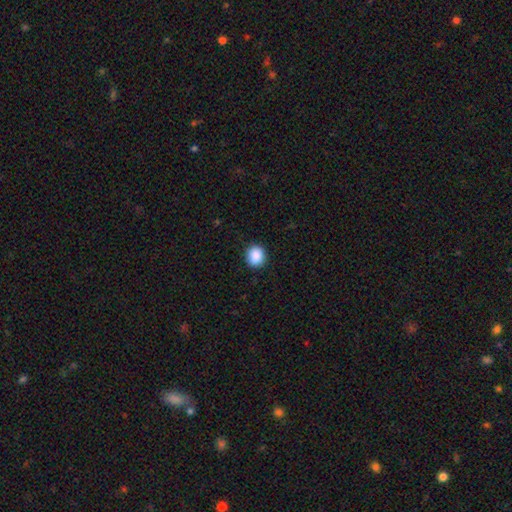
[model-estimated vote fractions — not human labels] smooth-or-featured: smooth: 89% | star or artifact: 8% | featured or disk: 3%
  how-rounded: round: 77% | in between: 23% | cigar-shaped: 1%
  merging: none: 89% | minor disturbance: 8% | major disturbance: 2% | merger: 1%